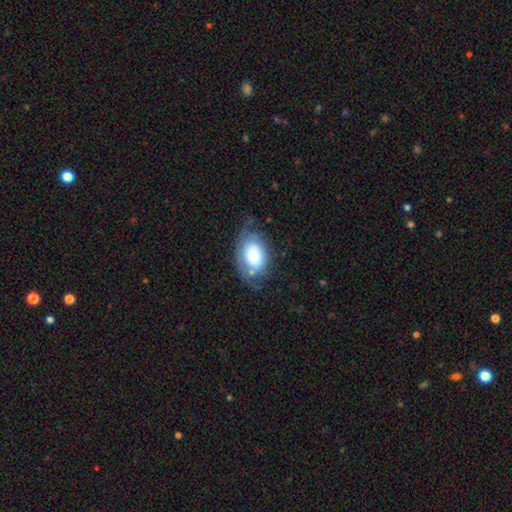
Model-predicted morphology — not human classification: A smooth galaxy with no disk features (51%) that is in between round and cigar-shaped (83%). Merging: none (56%).